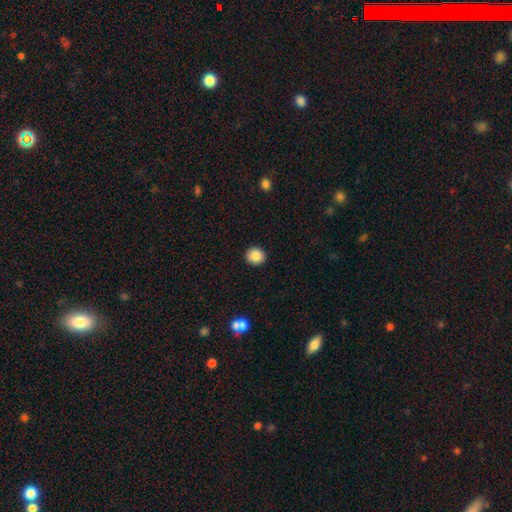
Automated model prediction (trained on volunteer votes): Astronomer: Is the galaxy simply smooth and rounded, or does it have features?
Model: smooth — 86%.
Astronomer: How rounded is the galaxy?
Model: round — 85%.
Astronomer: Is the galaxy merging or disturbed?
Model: none — 92%.